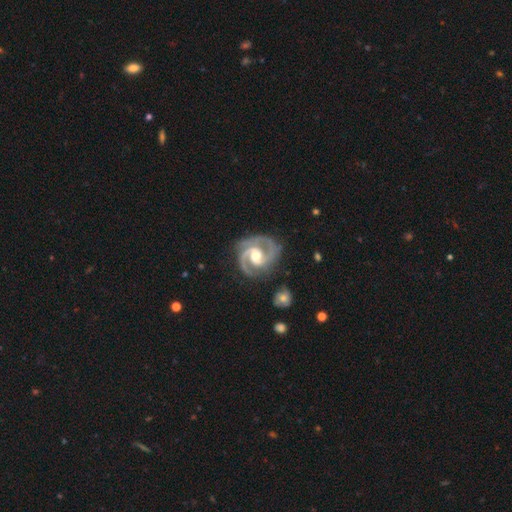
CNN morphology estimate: The model was most divided on "bar": weak: 43%, no: 40%, strong: 17%. More confident: spiral arms — yes (98%); edge-on disk — no (98%); smooth or featured — featured or disk (93%); spiral arm count — 2 (91%); merging — none (77%); bulge size — moderate (69%); spiral winding — medium (54%).